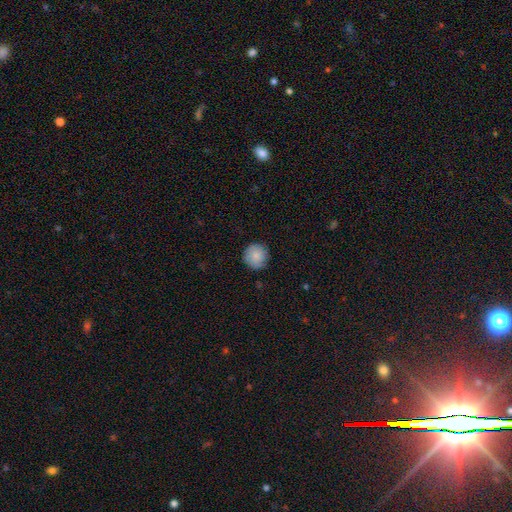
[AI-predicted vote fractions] A smooth galaxy with no disk features (84%) that is round (94%). Merging: none (85%).